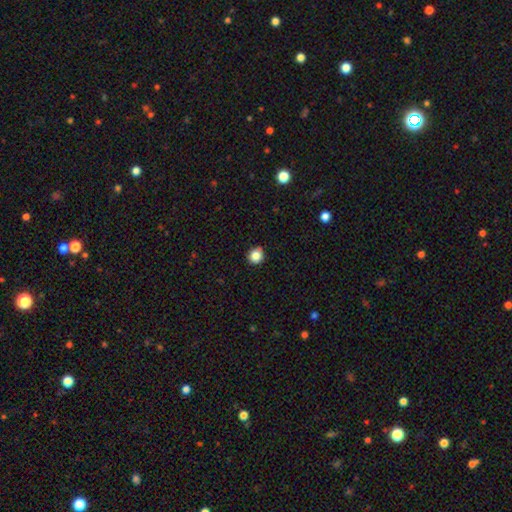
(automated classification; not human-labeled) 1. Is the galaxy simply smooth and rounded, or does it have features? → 84% smooth, 11% star or artifact, 5% featured or disk.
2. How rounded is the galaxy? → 90% round, 9% in between, 1% cigar-shaped.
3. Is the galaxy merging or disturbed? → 89% none, 8% minor disturbance, 2% major disturbance, 1% merger.